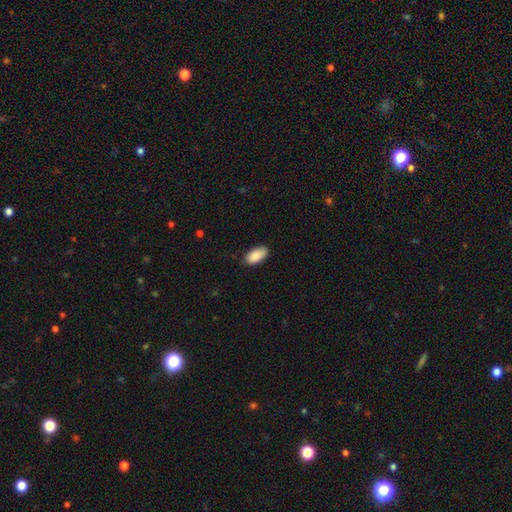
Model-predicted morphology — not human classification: Overall: smooth (90%). How rounded: in between (94%). Merging: none (80%).